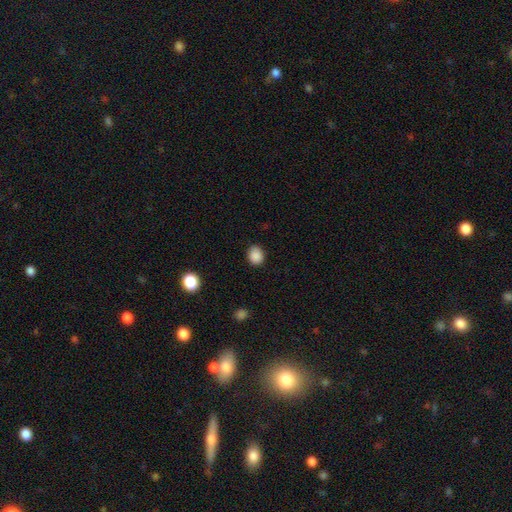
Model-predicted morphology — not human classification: A smooth galaxy with no disk features (88%) that is round (57%). Merging: none (86%).